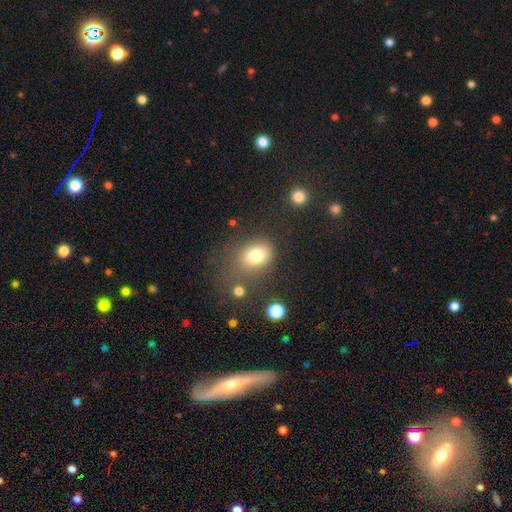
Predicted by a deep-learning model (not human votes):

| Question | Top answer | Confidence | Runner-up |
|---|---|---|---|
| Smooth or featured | smooth | 78% | star or artifact (11%) |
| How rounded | in between | 63% | round (36%) |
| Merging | none | 59% | minor disturbance (20%) |